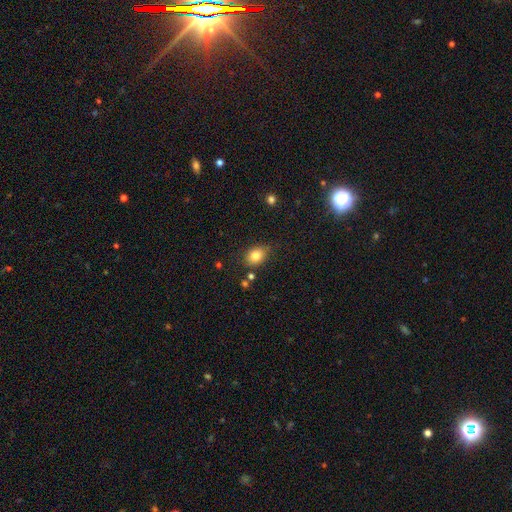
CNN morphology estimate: Q: Smooth or featured?
A: smooth (82%); runner-up: star or artifact (10%)
Q: How rounded?
A: in between (62%); runner-up: round (37%)
Q: Merging?
A: none (76%); runner-up: minor disturbance (16%)